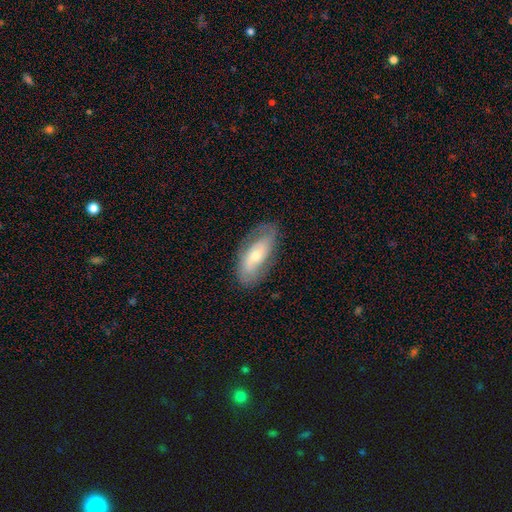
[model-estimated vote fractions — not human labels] A featured or disk galaxy (58%). Merging: none (75%).